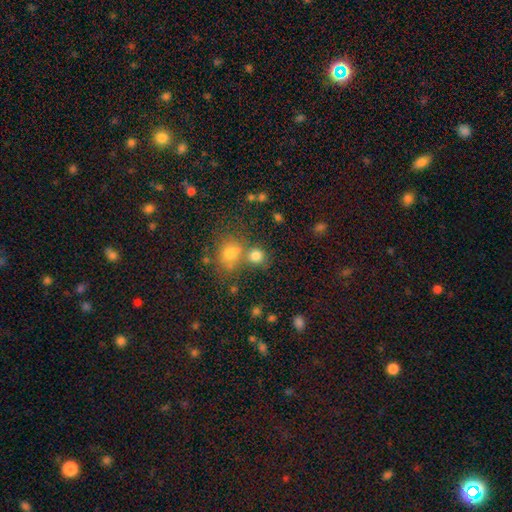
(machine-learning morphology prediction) Smooth or featured?
  - smooth: 78% *
  - star or artifact: 13%
  - featured or disk: 8%
How rounded?
  - round: 79% *
  - in between: 20%
  - cigar-shaped: 1%
Merging?
  - none: 52% *
  - merger: 35%
  - minor disturbance: 9%
  - major disturbance: 4%